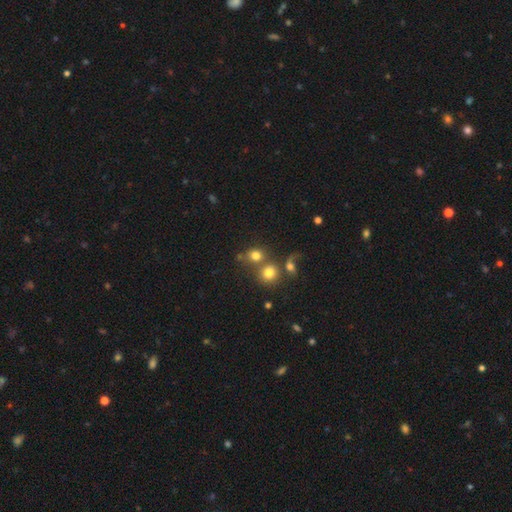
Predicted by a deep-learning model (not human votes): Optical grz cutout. It shows a smooth galaxy with no disk features (75%) that is round (78%). Merging: none (49%).